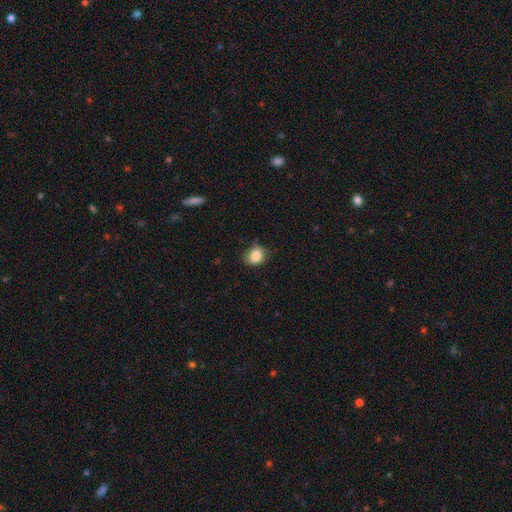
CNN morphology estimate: A smooth galaxy with no disk features (86%) that is round (66%).

Vote fractions:
- Smooth or featured? smooth: 86% / star or artifact: 9% / featured or disk: 5%
- How rounded? round: 66% / in between: 33% / cigar-shaped: 1%
- Merging? none: 70% / minor disturbance: 24% / major disturbance: 5% / merger: 1%